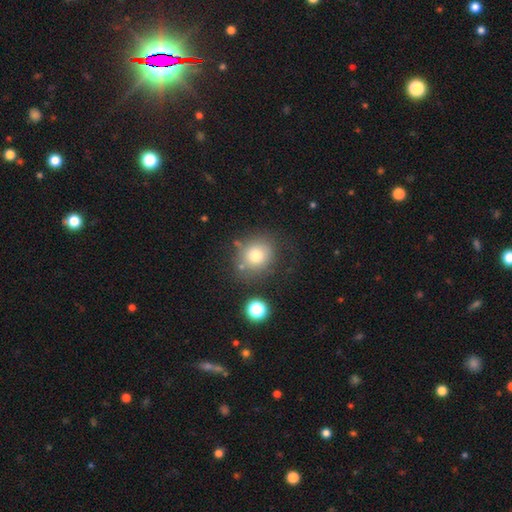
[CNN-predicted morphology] Q: Smooth or featured?
A: smooth (74%); runner-up: featured or disk (13%)
Q: How rounded?
A: round (76%); runner-up: in between (23%)
Q: Merging?
A: none (67%); runner-up: minor disturbance (17%)